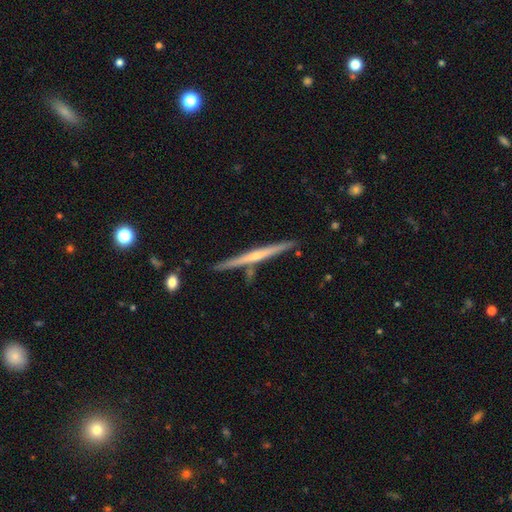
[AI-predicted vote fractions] This is likely a featured or disk galaxy (67%). It is clearly viewed edge-on (98%). Edge-on bulge: possibly rounded (50%). Merging: clearly none (85%).